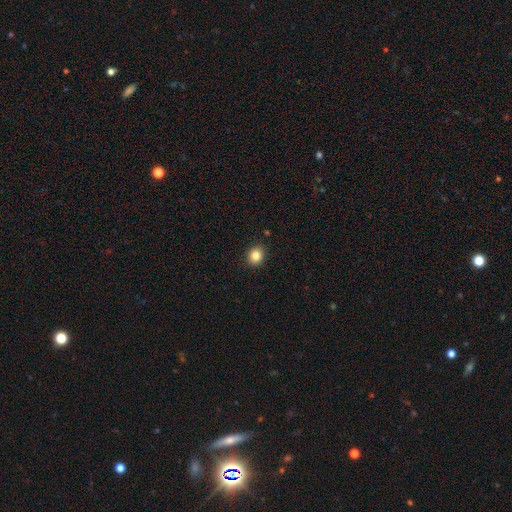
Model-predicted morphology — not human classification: Smooth or featured: smooth — 85% (star or artifact — 10%)
How rounded: round — 71% (in between — 28%)
Merging: none — 91% (minor disturbance — 6%)